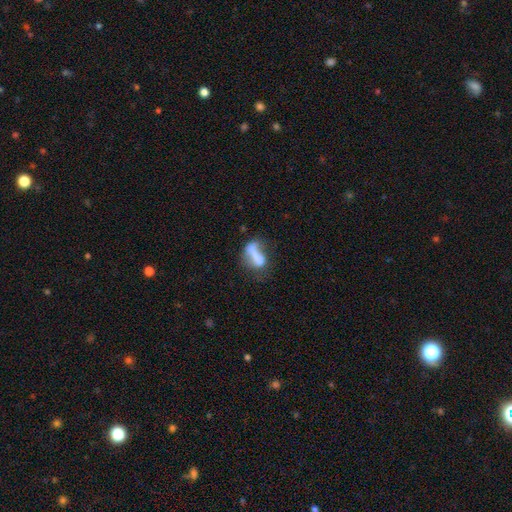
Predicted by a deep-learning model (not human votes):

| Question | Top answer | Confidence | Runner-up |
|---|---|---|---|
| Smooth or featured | smooth | 56% | featured or disk (33%) |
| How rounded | in between | 63% | cigar-shaped (27%) |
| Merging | major disturbance | 31% | none (27%) |